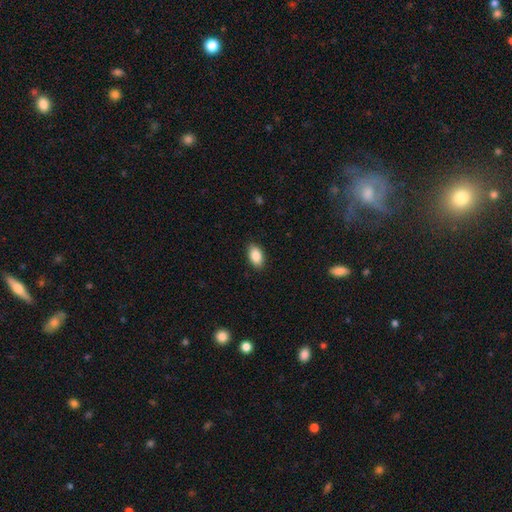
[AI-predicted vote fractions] Smooth or featured? Predicted: smooth (p=0.87). How rounded? Predicted: in between (p=0.92). Merging? Predicted: none (p=0.88).